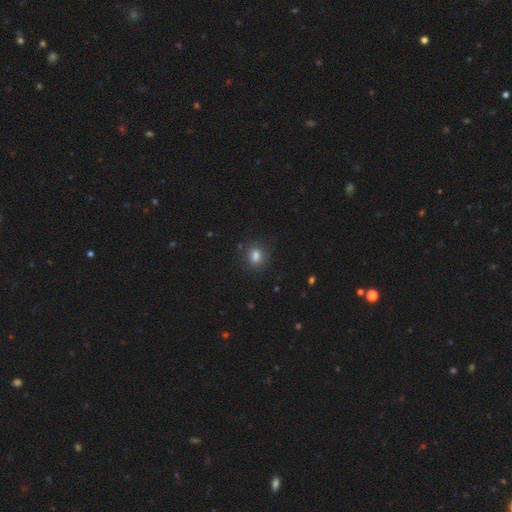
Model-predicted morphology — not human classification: A smooth galaxy with no disk features (82%) that is round (52%). Merging: none (82%).